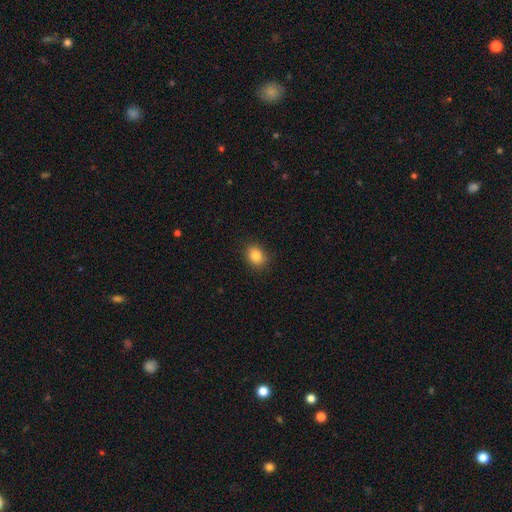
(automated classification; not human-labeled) Smooth or featured: smooth — 84% (star or artifact — 11%)
How rounded: round — 55% (in between — 44%)
Merging: none — 89% (minor disturbance — 8%)